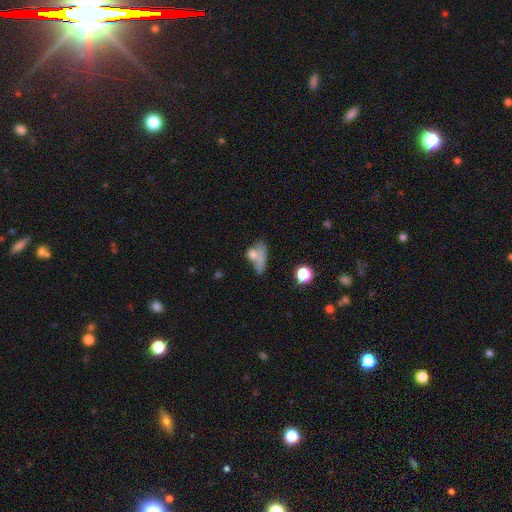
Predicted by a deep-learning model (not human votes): Smooth or featured?
  - smooth: 65% *
  - featured or disk: 22%
  - star or artifact: 13%
How rounded?
  - in between: 63% *
  - round: 27%
  - cigar-shaped: 10%
Merging?
  - merger: 32% *
  - major disturbance: 26%
  - none: 26%
  - minor disturbance: 16%